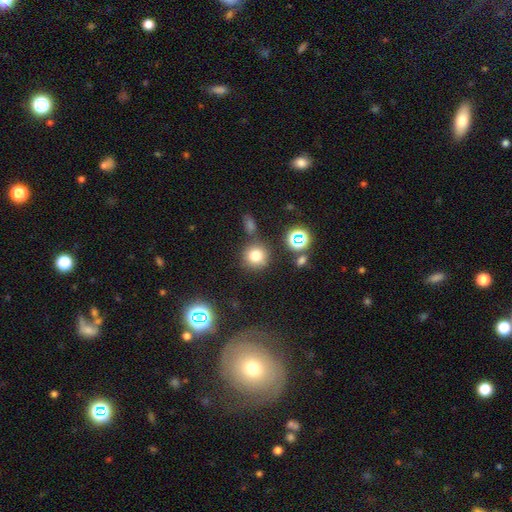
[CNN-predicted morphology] Overall: smooth (76%). How rounded: round (92%). Merging: none (77%).